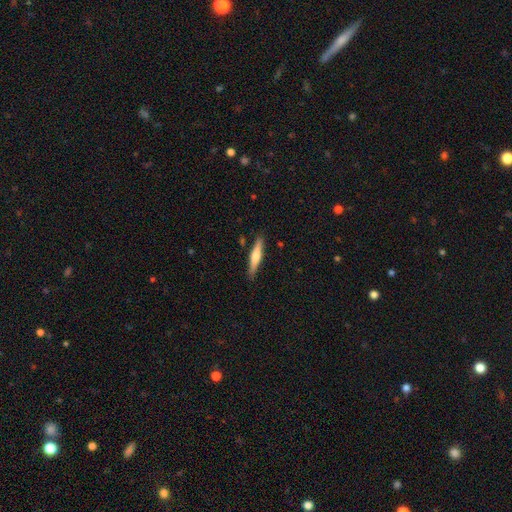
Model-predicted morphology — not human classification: smooth-or-featured: smooth: 50% | featured or disk: 44% | star or artifact: 6%
  how-rounded: cigar-shaped: 88% | in between: 10% | round: 1%
  merging: none: 87% | minor disturbance: 9% | major disturbance: 2% | merger: 2%